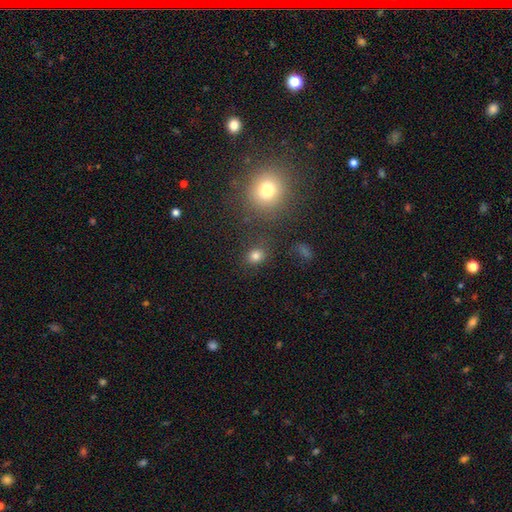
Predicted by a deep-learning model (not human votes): Smooth or featured?
  - smooth: 79% *
  - star or artifact: 15%
  - featured or disk: 6%
How rounded?
  - round: 62% *
  - in between: 37%
  - cigar-shaped: 1%
Merging?
  - none: 81% *
  - minor disturbance: 10%
  - merger: 5%
  - major disturbance: 4%